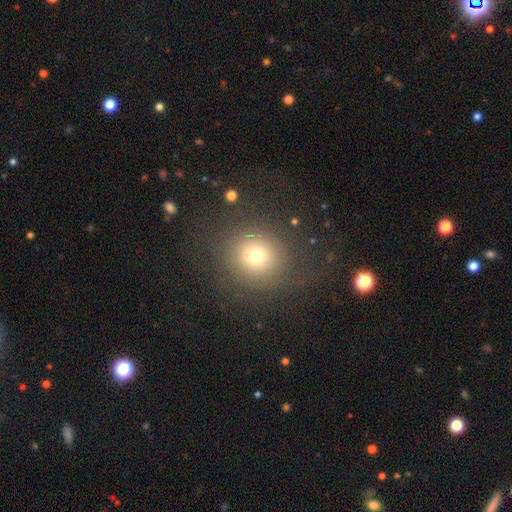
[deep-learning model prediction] smooth_or_featured: smooth (p=0.70) [alt: star or artifact p=0.18]
how_rounded: round (p=0.90) [alt: in between p=0.09]
merging: none (p=0.78) [alt: minor disturbance p=0.11]